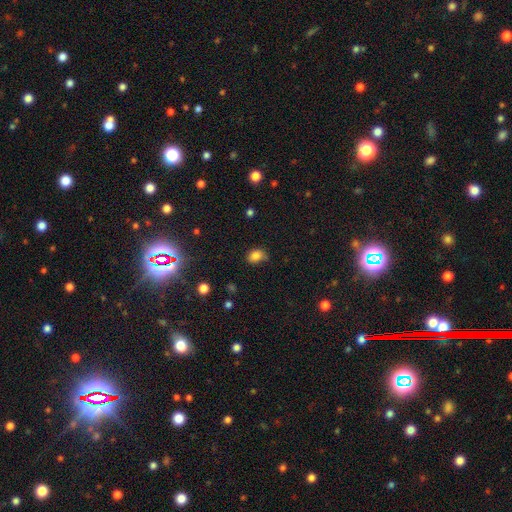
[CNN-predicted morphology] A smooth galaxy with no disk features (82%) that is in between round and cigar-shaped (65%). Merging: none (62%).